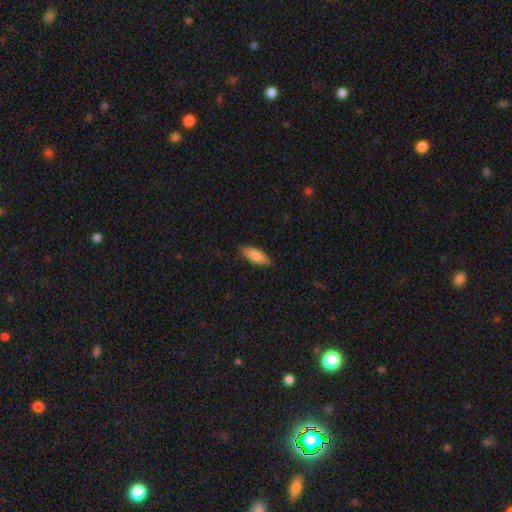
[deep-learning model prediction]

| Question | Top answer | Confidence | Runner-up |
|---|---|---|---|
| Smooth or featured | smooth | 82% | featured or disk (12%) |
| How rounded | in between | 61% | cigar-shaped (37%) |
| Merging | none | 85% | minor disturbance (12%) |